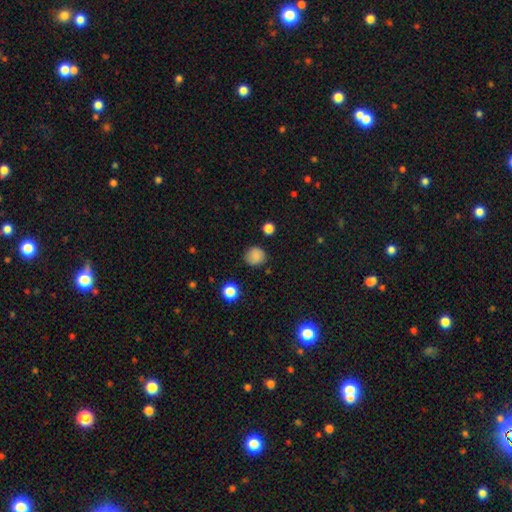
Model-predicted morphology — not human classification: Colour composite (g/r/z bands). It shows a smooth galaxy with no disk features (84%) that is round (89%). Merging: none (83%).